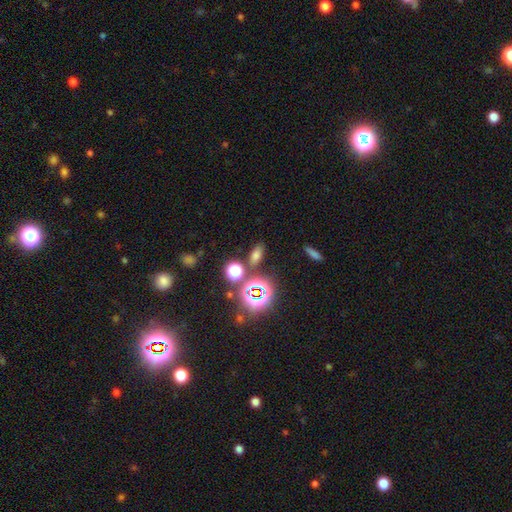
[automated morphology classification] The model was most divided on "smooth or featured": smooth: 62%, star or artifact: 28%, featured or disk: 10%. More confident: merging — none (79%); how rounded — in between (73%).